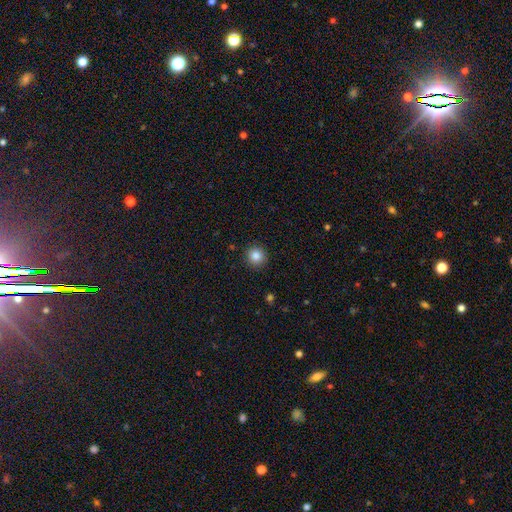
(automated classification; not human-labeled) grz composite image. It shows a smooth galaxy with no disk features (85%) that is round (93%). Merging: none (91%).